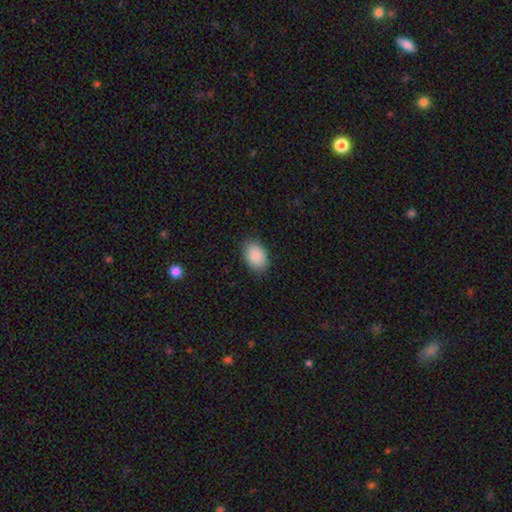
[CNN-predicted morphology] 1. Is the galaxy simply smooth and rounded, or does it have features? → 89% smooth, 7% star or artifact, 4% featured or disk.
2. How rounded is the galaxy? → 85% in between, 14% round, 1% cigar-shaped.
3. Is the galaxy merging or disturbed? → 84% none, 12% minor disturbance, 3% major disturbance, 1% merger.